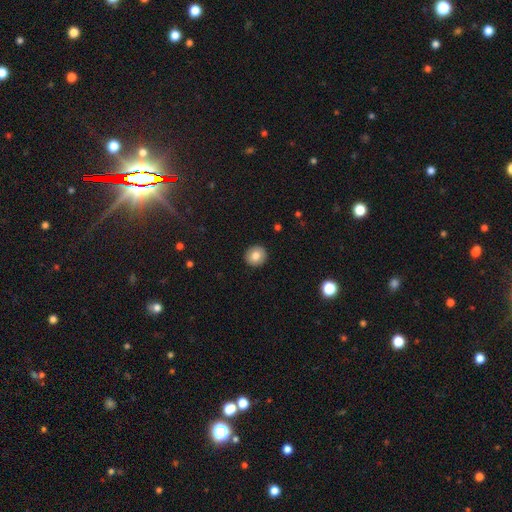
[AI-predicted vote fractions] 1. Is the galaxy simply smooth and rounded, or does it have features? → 81% smooth, 11% featured or disk, 9% star or artifact.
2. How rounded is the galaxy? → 87% round, 12% in between, 1% cigar-shaped.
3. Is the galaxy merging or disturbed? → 92% none, 6% minor disturbance, 2% major disturbance, 1% merger.